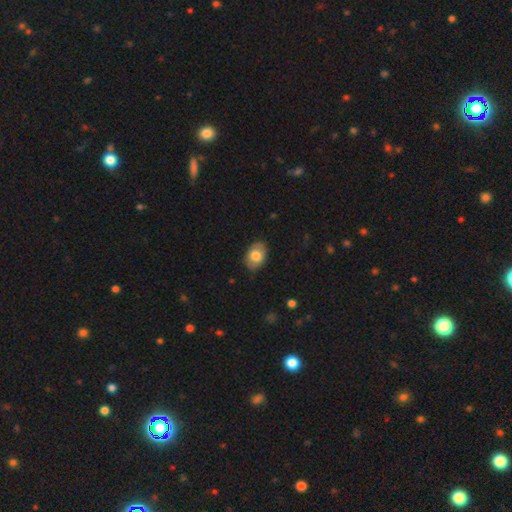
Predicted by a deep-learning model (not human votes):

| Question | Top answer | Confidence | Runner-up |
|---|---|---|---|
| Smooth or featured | smooth | 75% | featured or disk (19%) |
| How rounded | in between | 80% | round (19%) |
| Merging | none | 85% | minor disturbance (12%) |